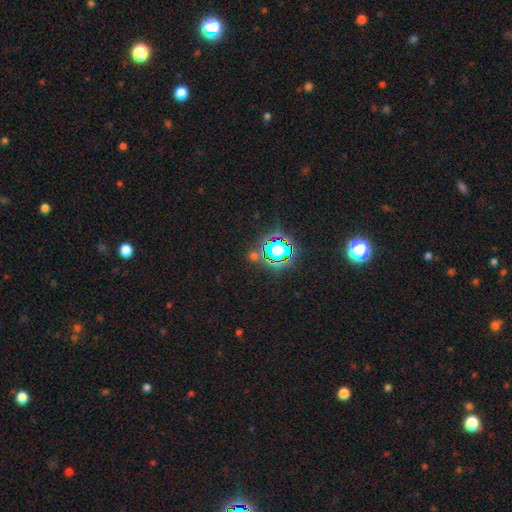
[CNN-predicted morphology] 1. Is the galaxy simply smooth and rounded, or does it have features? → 72% star or artifact, 18% smooth, 9% featured or disk.